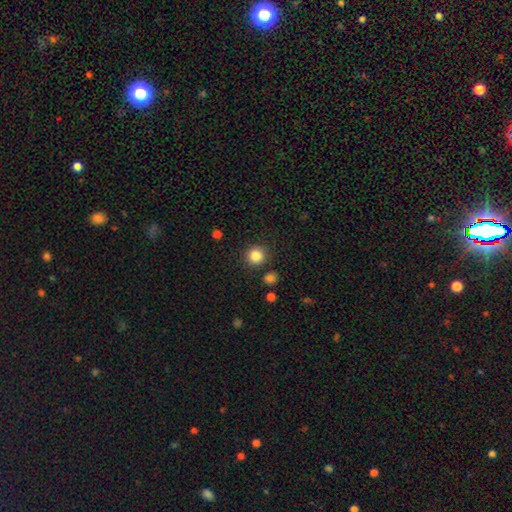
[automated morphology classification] Overall: smooth (85%). How rounded: round (93%). Merging: none (88%).